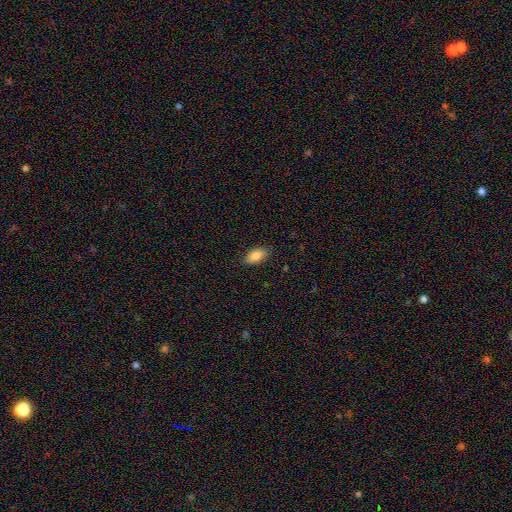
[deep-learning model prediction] Smooth or featured? Predicted: smooth (p=0.85). How rounded? Predicted: in between (p=0.91). Merging? Predicted: none (p=0.86).